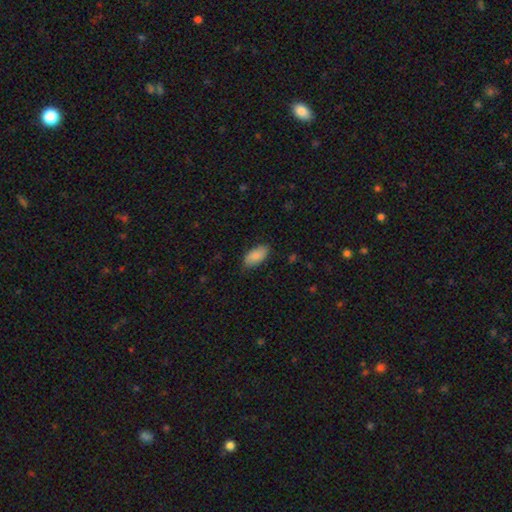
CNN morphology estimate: smooth 85%, featured or disk 9%, star or artifact 6%. Down the decision tree: how rounded — in between (92%); merging — none (81%).